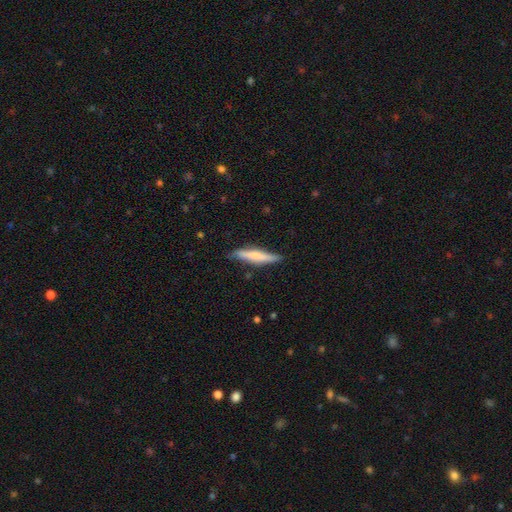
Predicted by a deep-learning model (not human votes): The model was most divided on "smooth or featured": smooth: 59%, featured or disk: 35%, star or artifact: 6%. More confident: how rounded — cigar-shaped (91%); merging — none (81%).